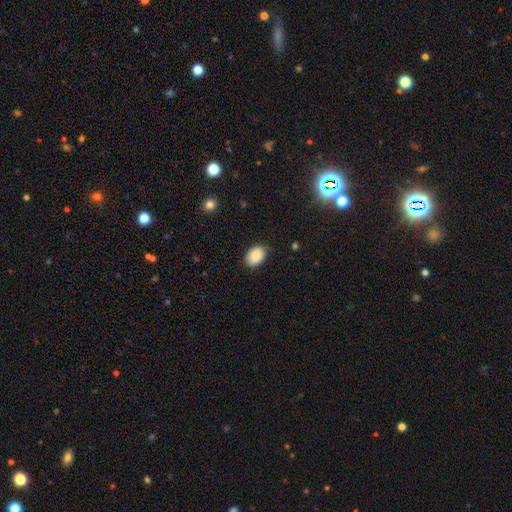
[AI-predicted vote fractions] A smooth galaxy with no disk features (88%) that is in between round and cigar-shaped (82%). Merging: none (81%).